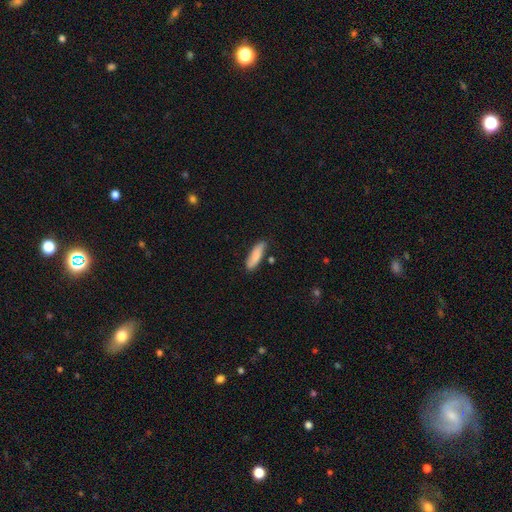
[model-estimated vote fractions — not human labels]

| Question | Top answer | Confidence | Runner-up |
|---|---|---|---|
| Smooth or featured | smooth | 83% | featured or disk (12%) |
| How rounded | cigar-shaped | 58% | in between (41%) |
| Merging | none | 80% | minor disturbance (15%) |